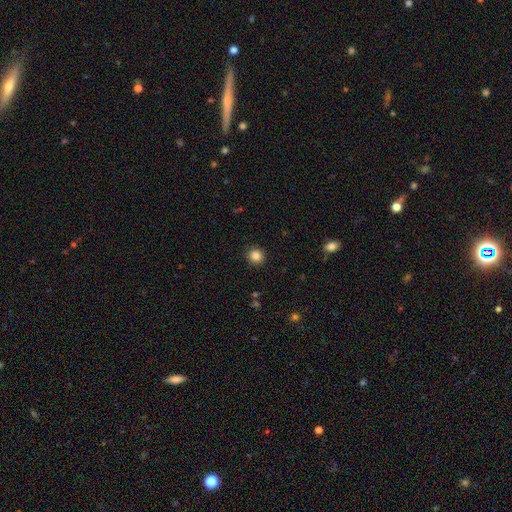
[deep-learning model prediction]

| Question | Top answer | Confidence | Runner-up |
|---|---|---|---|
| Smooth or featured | smooth | 85% | star or artifact (11%) |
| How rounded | round | 92% | in between (7%) |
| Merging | none | 92% | minor disturbance (5%) |